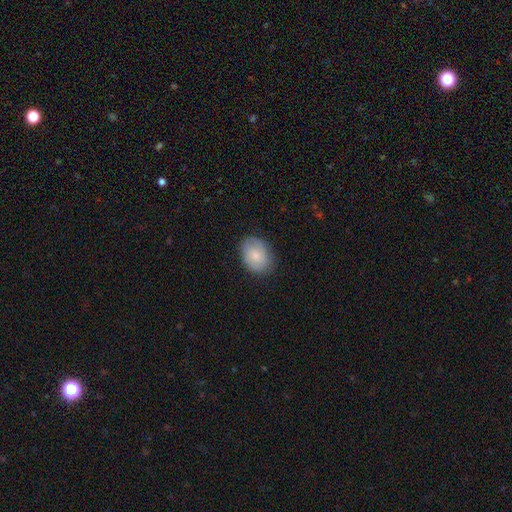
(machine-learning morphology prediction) smooth_or_featured: smooth (p=0.74) [alt: featured or disk p=0.19]
how_rounded: in between (p=0.67) [alt: round p=0.33]
merging: none (p=0.80) [alt: minor disturbance p=0.16]